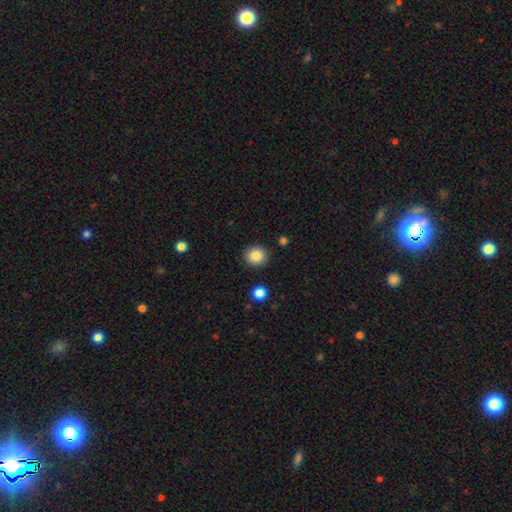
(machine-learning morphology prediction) smooth_or_featured: smooth (p=0.85) [alt: star or artifact p=0.09]
how_rounded: round (p=0.87) [alt: in between p=0.12]
merging: none (p=0.90) [alt: minor disturbance p=0.06]